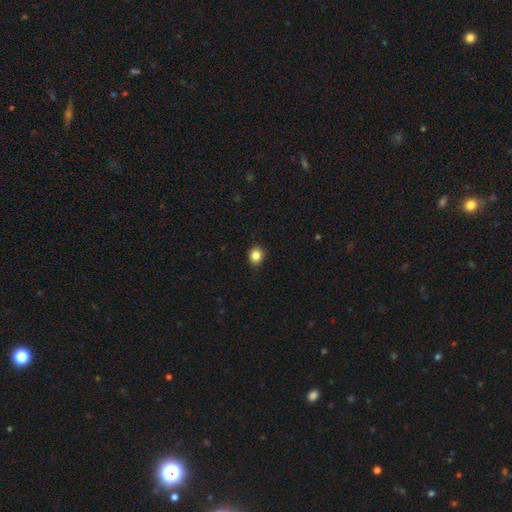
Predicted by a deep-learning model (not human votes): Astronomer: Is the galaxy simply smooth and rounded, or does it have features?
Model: smooth — 85%.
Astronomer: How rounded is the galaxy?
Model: round — 79%.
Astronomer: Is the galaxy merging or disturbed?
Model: none — 90%.